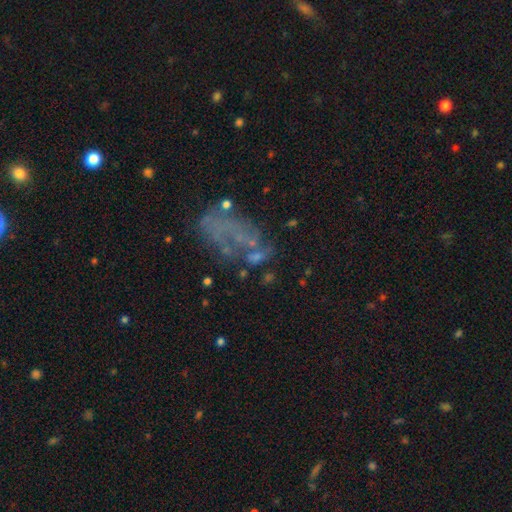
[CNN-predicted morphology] Smooth or featured: featured or disk — 54% (smooth — 27%)
Edge-on disk: no — 97% (yes — 3%)
Bar: no — 89% (weak — 8%)
Spiral arms: no — 81% (yes — 19%)
Bulge size: none — 78% (small — 13%)
Merging: none — 35% (major disturbance — 34%)